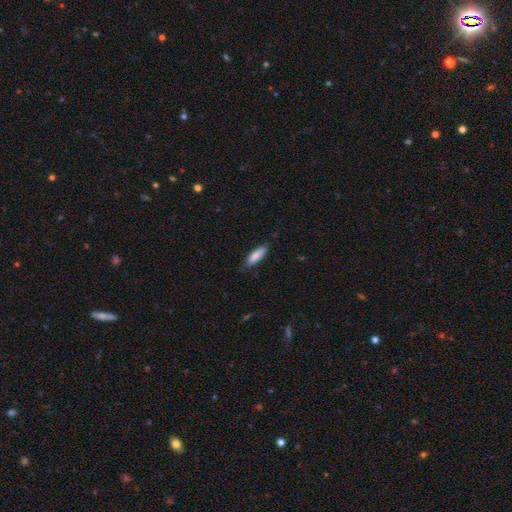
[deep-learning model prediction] Overall: smooth (86%). How rounded: cigar-shaped (52%; in between 47%). Merging: none (78%).